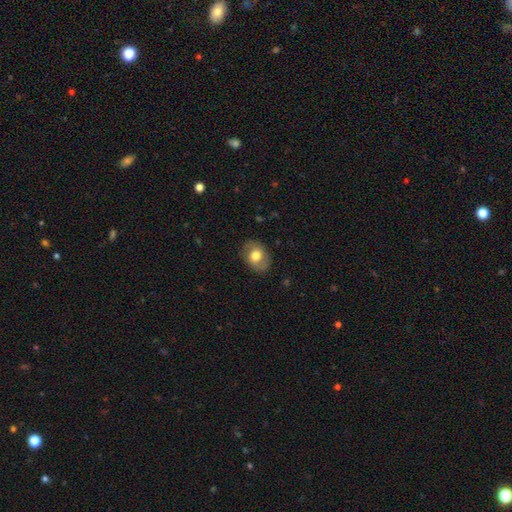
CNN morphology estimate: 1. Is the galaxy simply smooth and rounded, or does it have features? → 68% smooth, 24% featured or disk, 7% star or artifact.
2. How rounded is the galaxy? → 63% in between, 36% round, 1% cigar-shaped.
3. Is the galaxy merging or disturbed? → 81% none, 14% minor disturbance, 4% major disturbance, 1% merger.